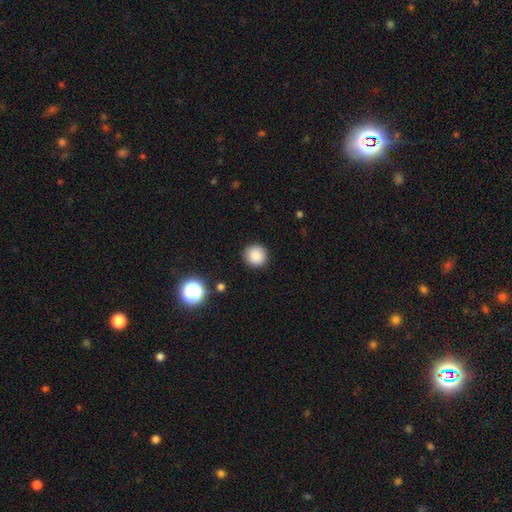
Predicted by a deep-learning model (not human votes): This is clearly a smooth galaxy (86%). How rounded: clearly round (92%). Merging: clearly none (91%).